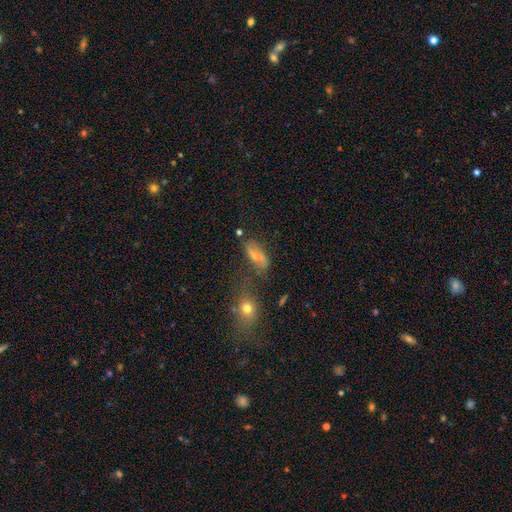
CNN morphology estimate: This appears to be a featured or disk galaxy (45%). Merging: none (56%).